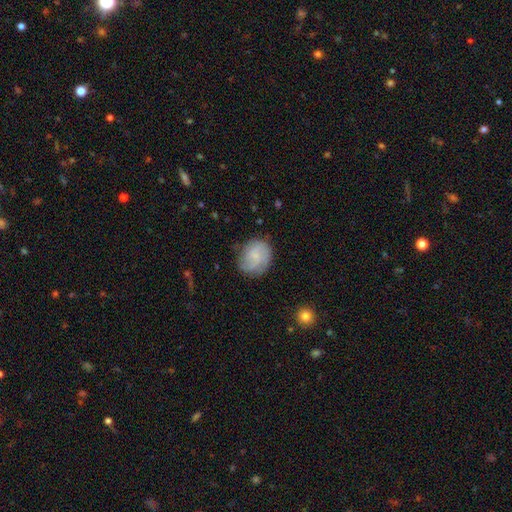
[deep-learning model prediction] smooth-or-featured: smooth: 48% | featured or disk: 44% | star or artifact: 8%
  merging: none: 68% | minor disturbance: 22% | major disturbance: 8% | merger: 2%